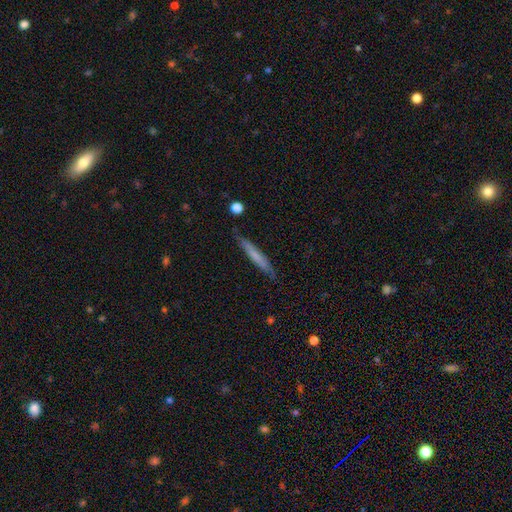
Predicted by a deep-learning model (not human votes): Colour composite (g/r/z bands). It shows a smooth galaxy with no disk features (58%) that is cigar-shaped (95%). Merging: none (84%).